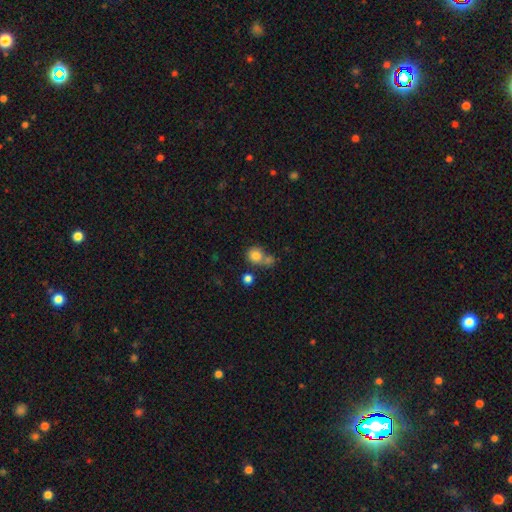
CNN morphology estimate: Q: Smooth or featured?
A: smooth (80%); runner-up: star or artifact (11%)
Q: How rounded?
A: round (84%); runner-up: in between (15%)
Q: Merging?
A: none (46%); runner-up: merger (36%)